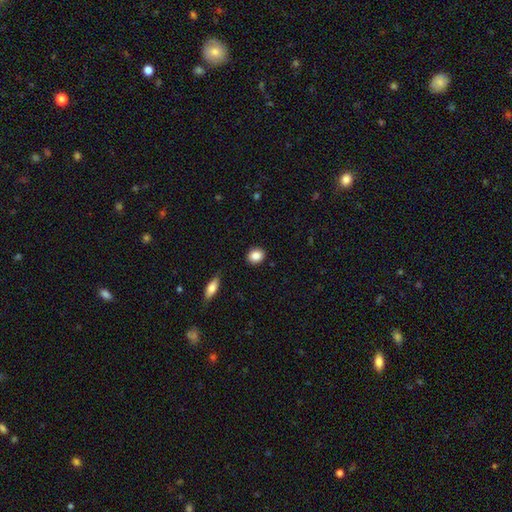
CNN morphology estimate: smooth 87%, star or artifact 8%, featured or disk 5%. Down the decision tree: how rounded — round (65%); merging — none (90%).